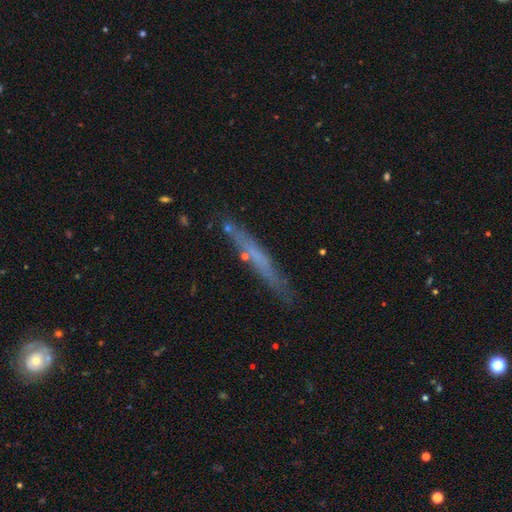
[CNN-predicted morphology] type=featured or disk (46%); merging=none (79%).